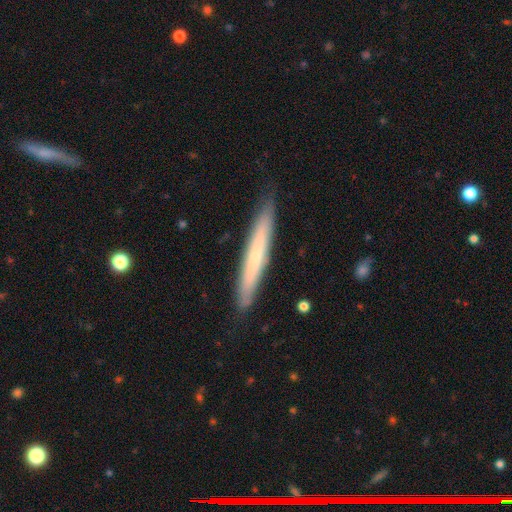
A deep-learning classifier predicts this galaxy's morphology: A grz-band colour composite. It shows a smooth galaxy with no disk features (56%) that is cigar-shaped (95%). Merging: none (87%).